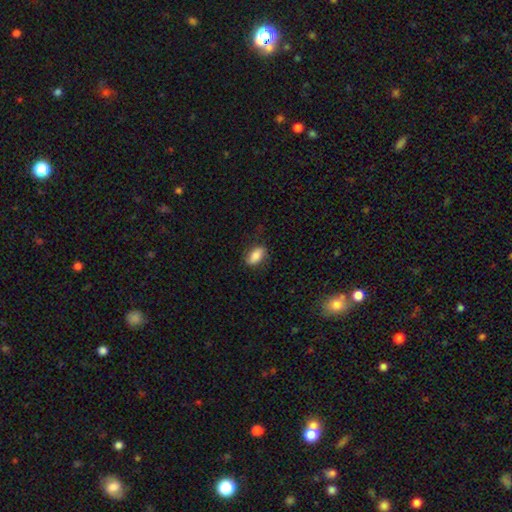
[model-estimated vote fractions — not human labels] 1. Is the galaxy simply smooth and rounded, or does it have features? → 76% smooth, 17% featured or disk, 7% star or artifact.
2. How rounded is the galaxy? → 88% in between, 6% round, 6% cigar-shaped.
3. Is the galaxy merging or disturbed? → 77% none, 17% minor disturbance, 5% major disturbance, 1% merger.